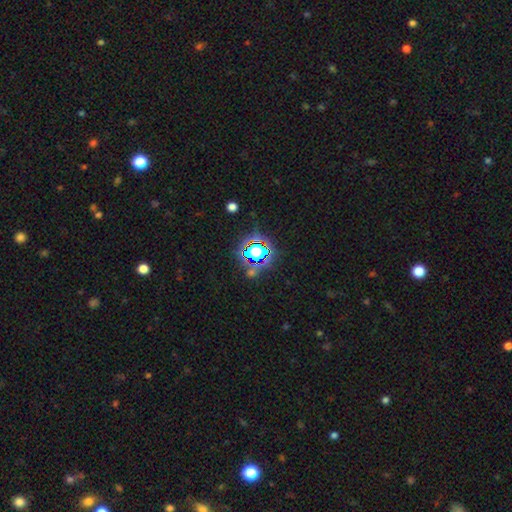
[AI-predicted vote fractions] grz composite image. It shows a star or artifact, not a galaxy (78%).